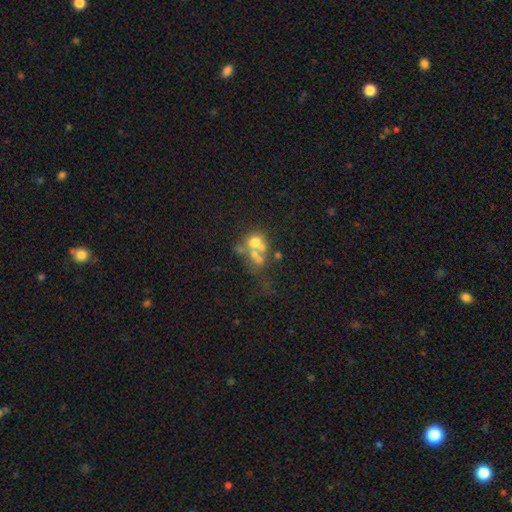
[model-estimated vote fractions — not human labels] Smooth or featured? smooth (44%)
Merging? merger (51%)